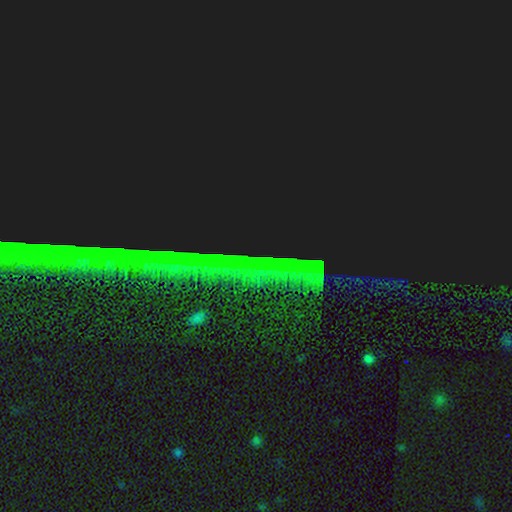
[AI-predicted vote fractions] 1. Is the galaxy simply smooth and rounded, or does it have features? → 87% star or artifact, 7% featured or disk, 6% smooth.